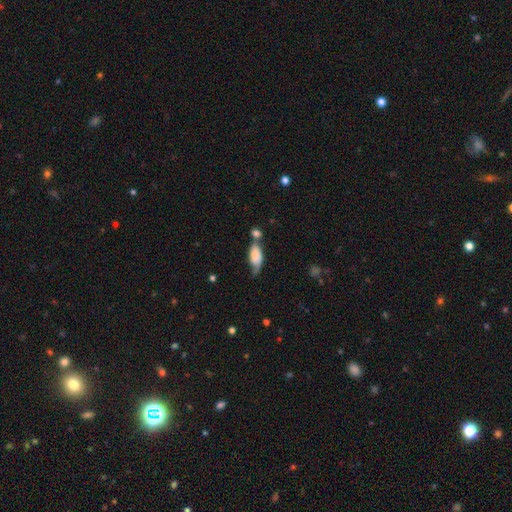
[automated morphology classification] The model was most divided on "merging": merger: 35%, none: 28%, minor disturbance: 23%, major disturbance: 14%. More confident: how rounded — in between (85%); smooth or featured — smooth (75%).